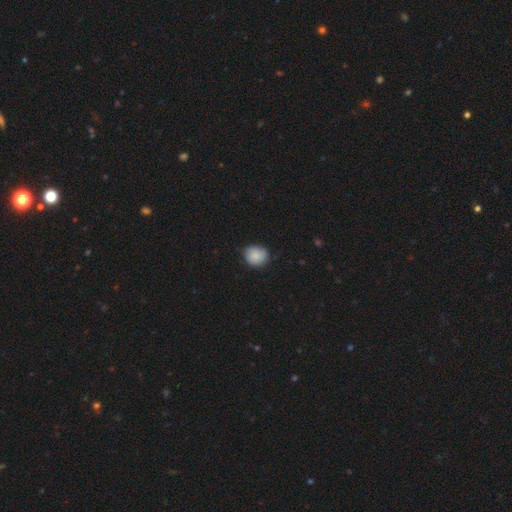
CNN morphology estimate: smooth 84%, featured or disk 9%, star or artifact 8%. Down the decision tree: how rounded — round (75%); merging — none (74%).